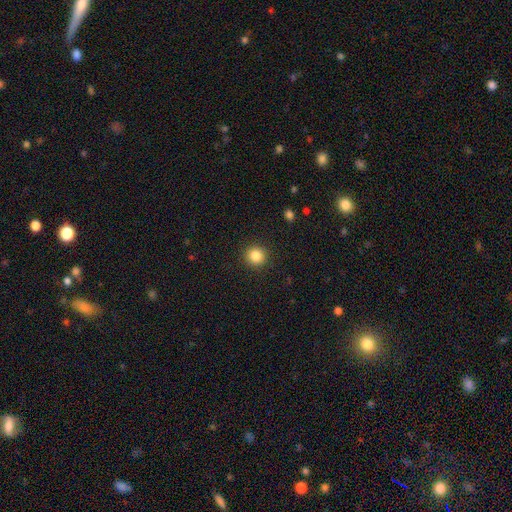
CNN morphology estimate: A smooth galaxy with no disk features (85%) that is round (93%).

Vote fractions:
- Smooth or featured? smooth: 85% / star or artifact: 10% / featured or disk: 5%
- How rounded? round: 93% / in between: 6% / cigar-shaped: 1%
- Merging? none: 92% / minor disturbance: 5% / major disturbance: 2% / merger: 1%